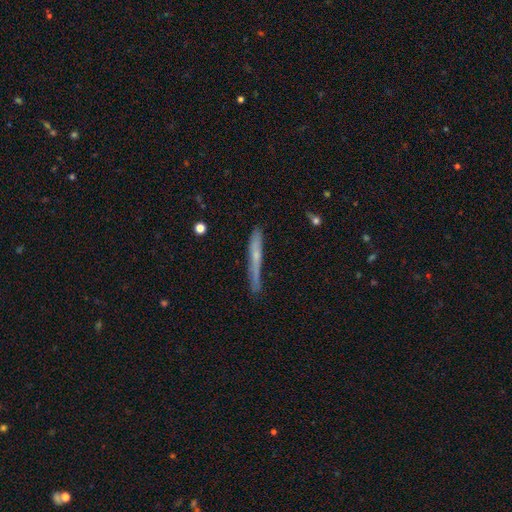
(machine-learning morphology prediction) Overall: smooth (46%, tied with featured or disk). Merging: none (76%).